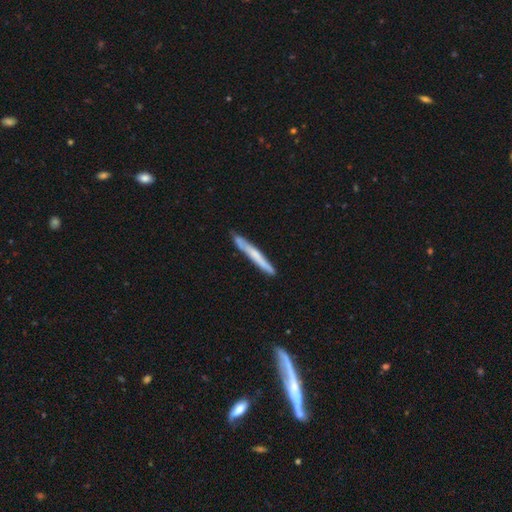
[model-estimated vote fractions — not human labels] Morphology: type=smooth (52%); roundness=cigar-shaped (96%); merging=none (81%).